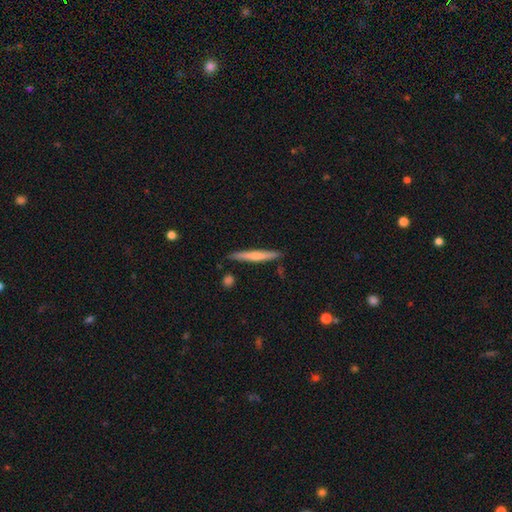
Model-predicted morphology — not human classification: type=smooth (52%); roundness=cigar-shaped (95%); merging=none (87%).